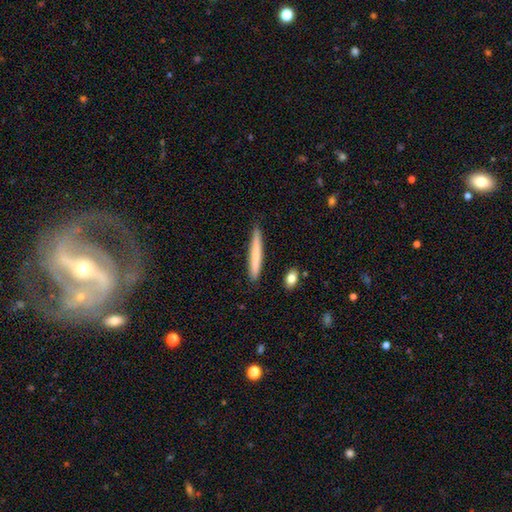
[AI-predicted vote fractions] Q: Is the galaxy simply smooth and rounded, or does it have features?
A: smooth — 71%.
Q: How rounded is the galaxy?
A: cigar-shaped — 96%.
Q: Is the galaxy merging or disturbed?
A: none — 88%.